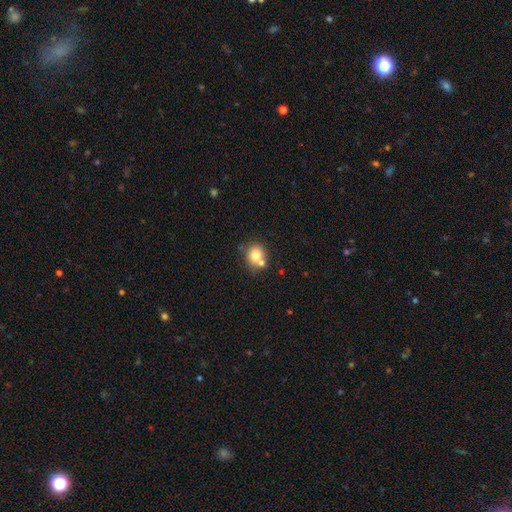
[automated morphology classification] This appears to be a smooth galaxy with no disk features (76%) that is round (77%). Merging: none (54%).